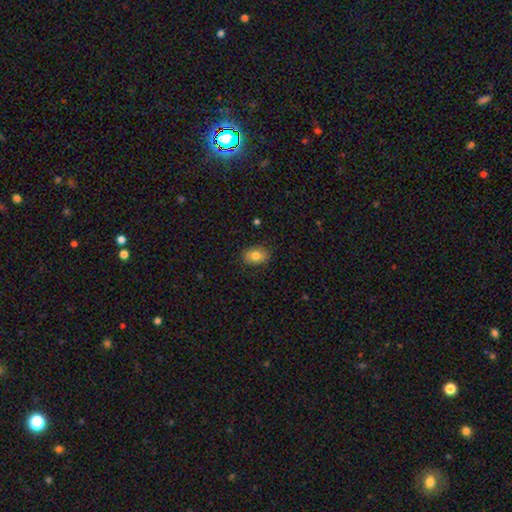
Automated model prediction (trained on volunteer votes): A smooth galaxy with no disk features (78%) that is in between round and cigar-shaped (77%). Merging: none (84%).